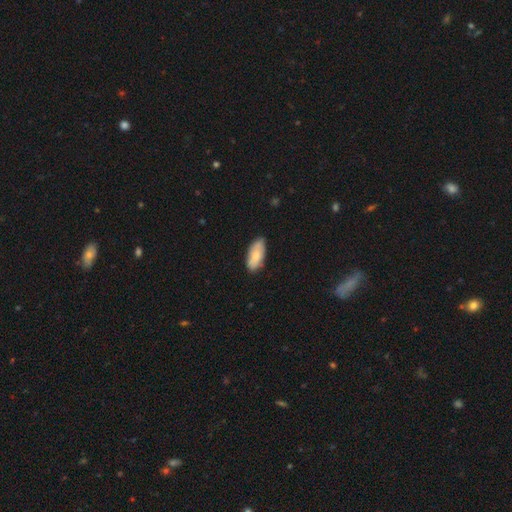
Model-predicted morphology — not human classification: The model was most divided on "smooth or featured": smooth: 75%, featured or disk: 19%, star or artifact: 6%. More confident: how rounded — in between (89%); merging — none (79%).